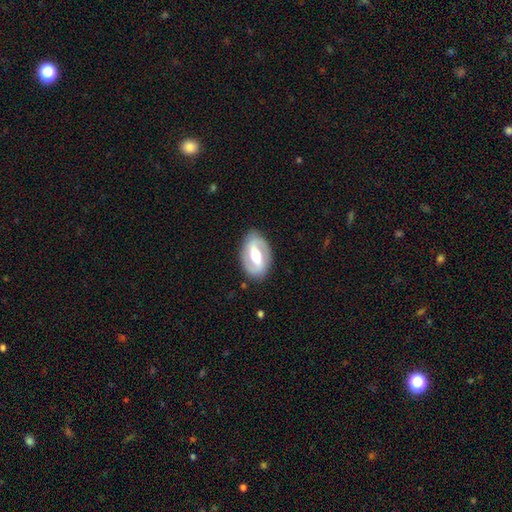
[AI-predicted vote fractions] featured or disk 77%, smooth 19%, star or artifact 4%. Down the decision tree: edge-on disk — no (94%); bar — strong (54%); spiral arms — yes (74%); spiral arm count — 2 (88%); spiral winding — medium (45%); bulge size — moderate (65%); merging — none (84%).